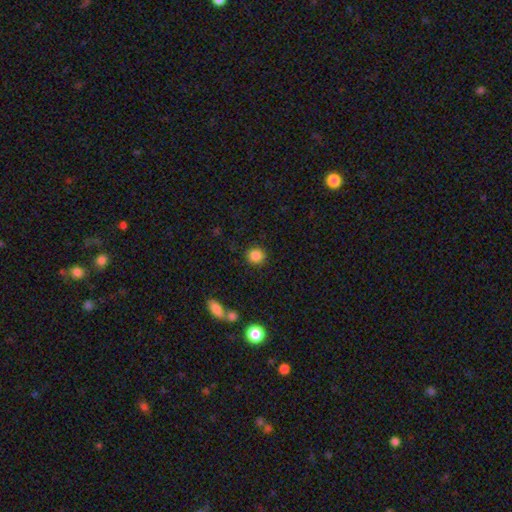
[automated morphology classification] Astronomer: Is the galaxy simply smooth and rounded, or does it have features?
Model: smooth — 86%.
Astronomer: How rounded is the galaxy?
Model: round — 87%.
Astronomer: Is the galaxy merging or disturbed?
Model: none — 88%.